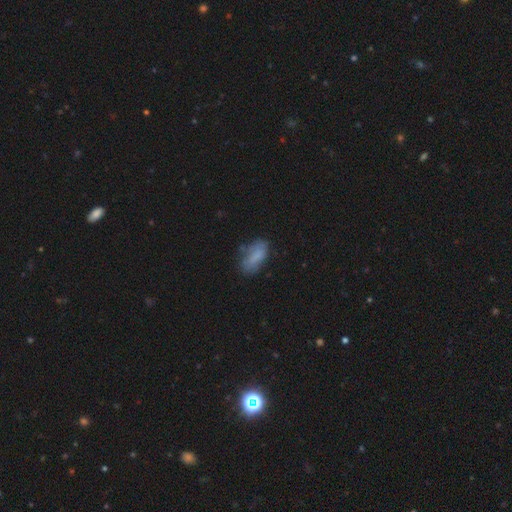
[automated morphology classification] Smooth or featured? Predicted: smooth (p=0.76). How rounded? Predicted: in between (p=0.87). Merging? Predicted: none (p=0.59).